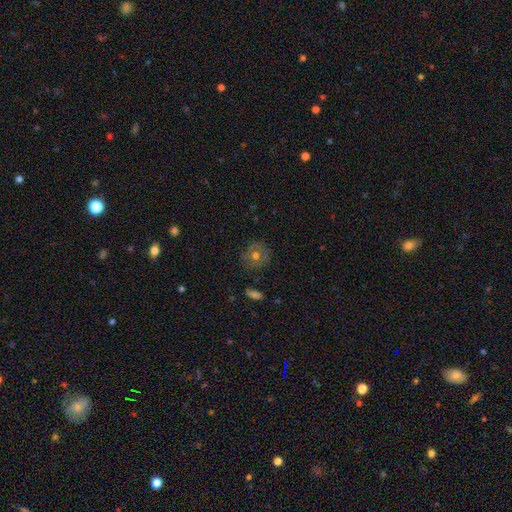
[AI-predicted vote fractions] smooth-or-featured: smooth: 53% | featured or disk: 37% | star or artifact: 10%
  how-rounded: round: 87% | in between: 12% | cigar-shaped: 1%
  merging: none: 80% | minor disturbance: 14% | major disturbance: 4% | merger: 2%